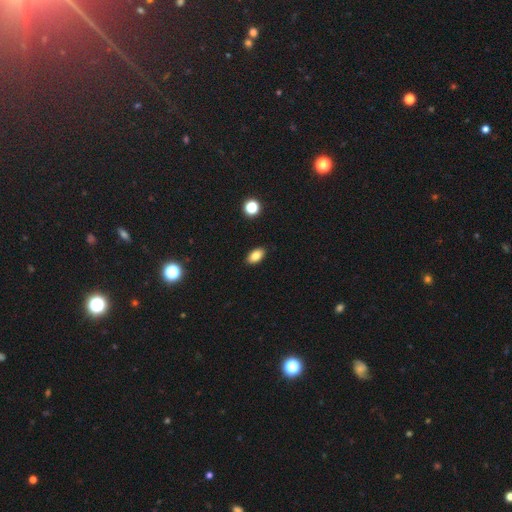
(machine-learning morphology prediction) Q: Smooth or featured?
A: smooth (83%); runner-up: star or artifact (10%)
Q: How rounded?
A: in between (91%); runner-up: round (7%)
Q: Merging?
A: none (89%); runner-up: minor disturbance (8%)